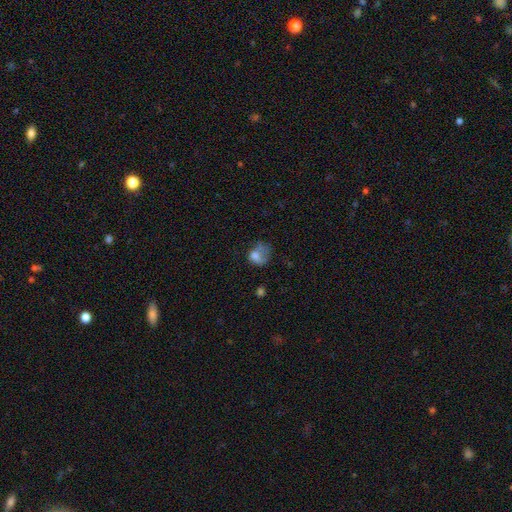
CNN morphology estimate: smooth-or-featured: smooth: 64% | featured or disk: 24% | star or artifact: 11%
  how-rounded: in between: 51% | round: 47% | cigar-shaped: 1%
  merging: major disturbance: 41% | minor disturbance: 25% | none: 24% | merger: 9%